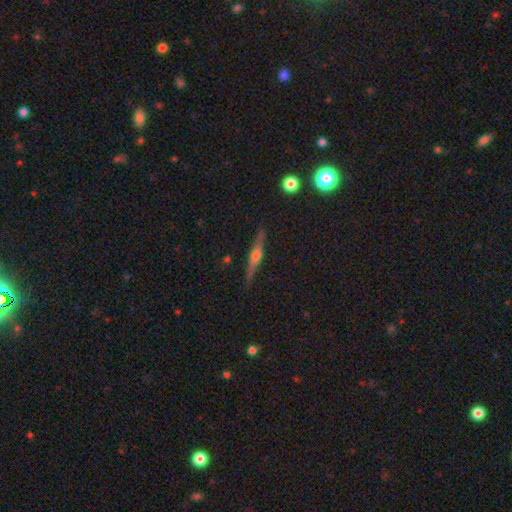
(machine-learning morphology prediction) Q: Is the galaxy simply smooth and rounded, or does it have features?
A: featured or disk — 74%.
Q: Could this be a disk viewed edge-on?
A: yes — 97%.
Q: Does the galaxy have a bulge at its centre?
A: rounded — 88%.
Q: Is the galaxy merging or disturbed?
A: none — 88%.